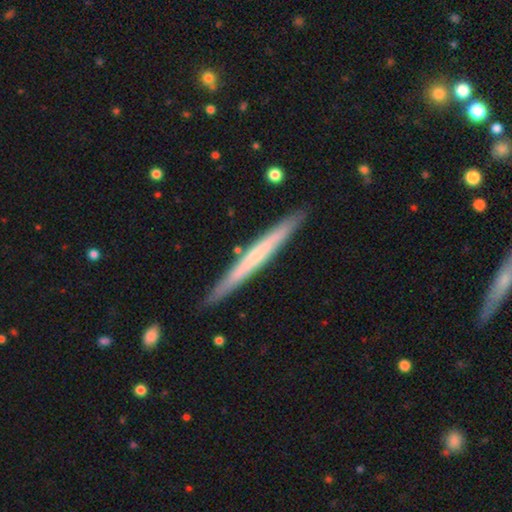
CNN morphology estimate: Q: Smooth or featured?
A: featured or disk (48%); runner-up: smooth (47%)
Q: Merging?
A: none (90%); runner-up: minor disturbance (8%)